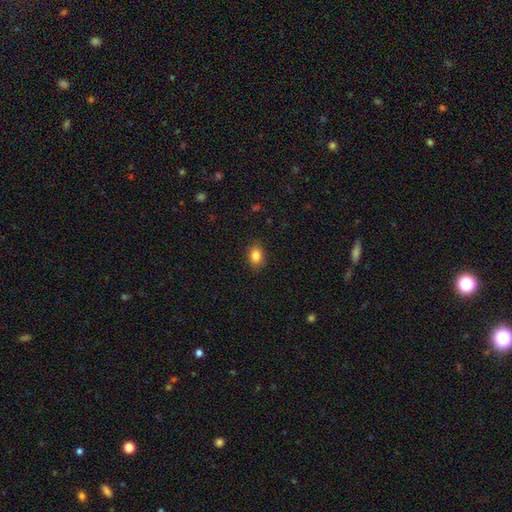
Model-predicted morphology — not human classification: Smooth or featured?
  - smooth: 85% *
  - star or artifact: 9%
  - featured or disk: 6%
How rounded?
  - in between: 71% *
  - round: 27%
  - cigar-shaped: 1%
Merging?
  - none: 87% *
  - minor disturbance: 10%
  - major disturbance: 2%
  - merger: 1%